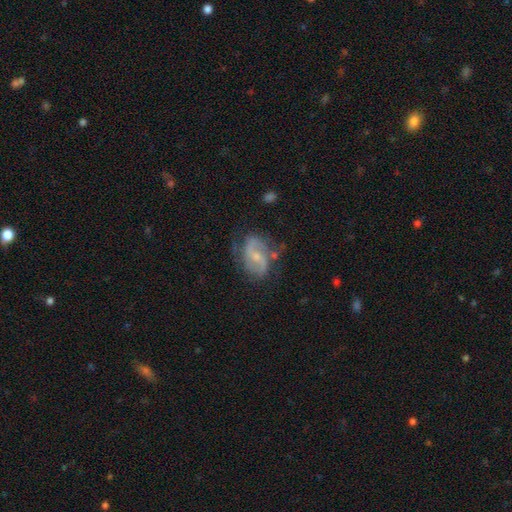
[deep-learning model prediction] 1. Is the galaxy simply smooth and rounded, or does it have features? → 77% featured or disk, 16% smooth, 7% star or artifact.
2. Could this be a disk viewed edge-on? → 97% no, 3% yes.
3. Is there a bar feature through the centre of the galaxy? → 47% weak, 36% no, 17% strong.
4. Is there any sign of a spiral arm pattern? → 90% yes, 10% no.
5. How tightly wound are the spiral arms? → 46% medium, 33% loose, 20% tight.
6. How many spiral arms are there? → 84% 2, 9% can't tell, 3% 1, 2% 3, 1% 4, 1% more than 4.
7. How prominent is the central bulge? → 58% small, 36% moderate, 4% none, 1% large, 1% dominant.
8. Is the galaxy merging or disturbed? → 63% none, 23% minor disturbance, 11% major disturbance, 3% merger.